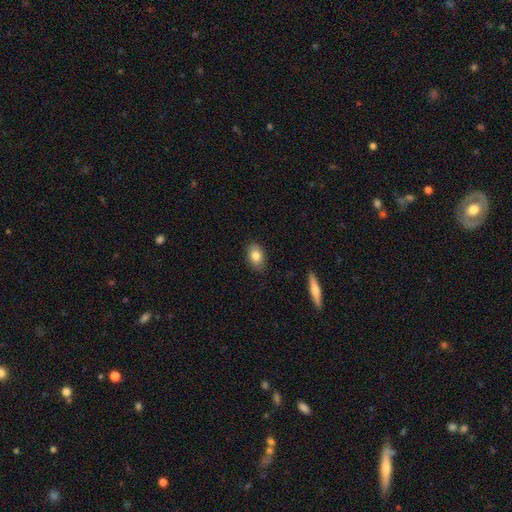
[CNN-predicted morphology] A smooth galaxy with no disk features (82%) that is in between round and cigar-shaped (83%). Merging: none (86%).